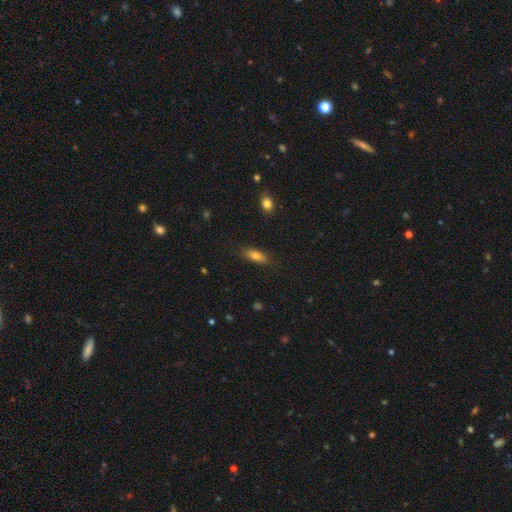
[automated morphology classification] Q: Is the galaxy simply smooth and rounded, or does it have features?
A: smooth — 79%.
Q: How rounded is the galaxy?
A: in between — 76%.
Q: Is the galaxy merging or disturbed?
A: none — 83%.